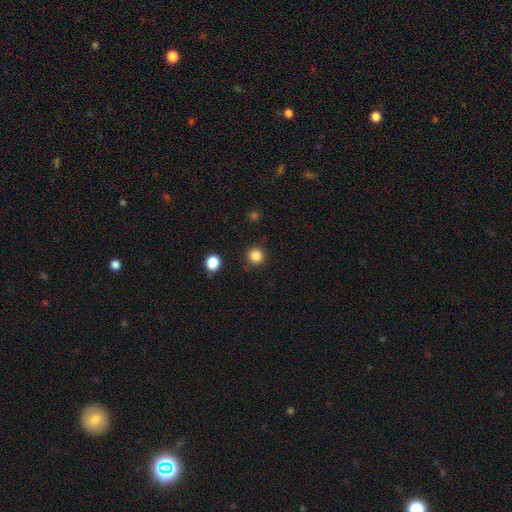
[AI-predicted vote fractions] Q: Smooth or featured?
A: smooth (84%); runner-up: star or artifact (12%)
Q: How rounded?
A: round (95%); runner-up: in between (4%)
Q: Merging?
A: none (90%); runner-up: minor disturbance (6%)